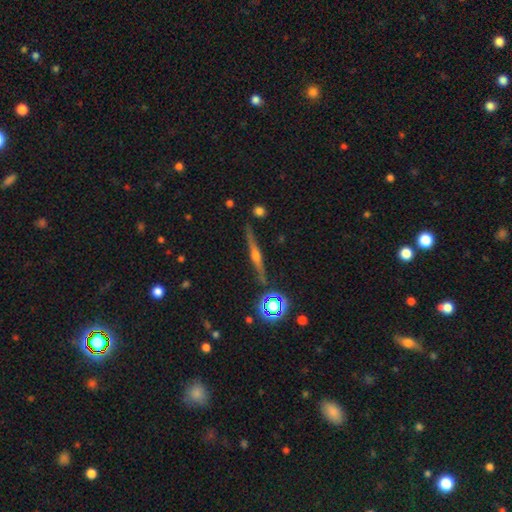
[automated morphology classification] This is likely a featured or disk galaxy (75%). It is clearly viewed edge-on (97%). Edge-on bulge: clearly rounded (90%). Merging: clearly none (88%).